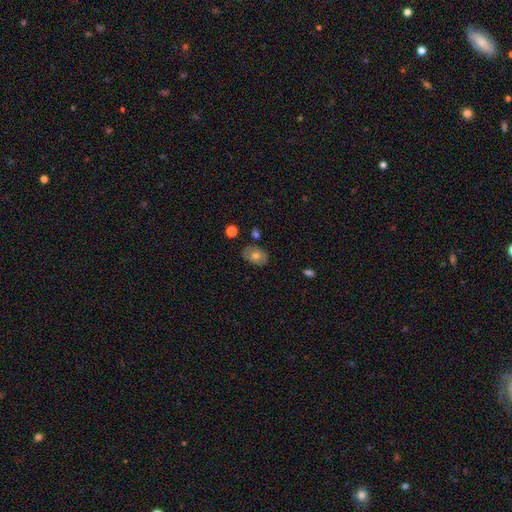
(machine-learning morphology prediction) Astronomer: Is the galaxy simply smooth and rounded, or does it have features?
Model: smooth — 67%.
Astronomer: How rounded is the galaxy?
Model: in between — 82%.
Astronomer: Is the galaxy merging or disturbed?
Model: none — 77%.